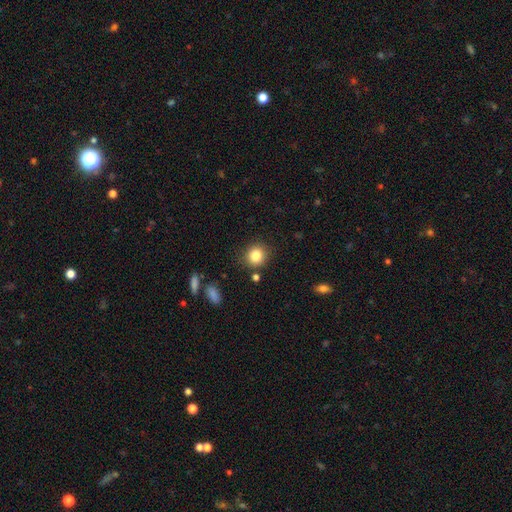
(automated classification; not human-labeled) This appears to be a smooth galaxy with no disk features (84%) that is round (87%). Merging: none (85%).